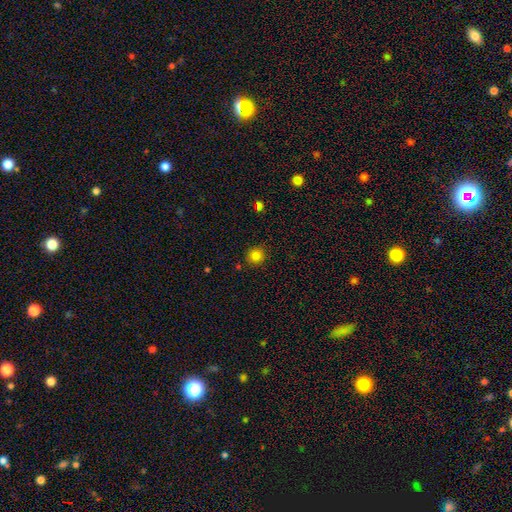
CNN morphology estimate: A smooth galaxy with no disk features (82%) that is round (92%). Merging: none (89%).